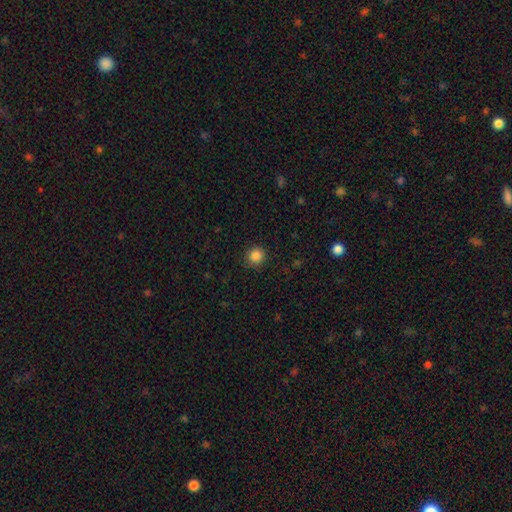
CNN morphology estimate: smooth 86%, star or artifact 11%, featured or disk 3%. Down the decision tree: how rounded — round (90%); merging — none (87%).